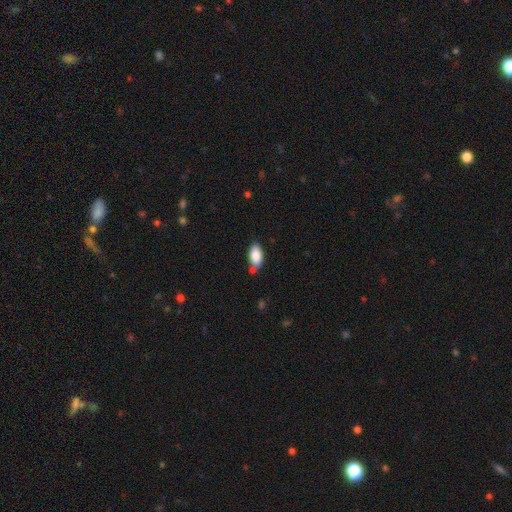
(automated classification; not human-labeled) Smooth or featured: smooth — 85% (featured or disk — 8%)
How rounded: in between — 93% (cigar-shaped — 4%)
Merging: none — 63% (minor disturbance — 20%)